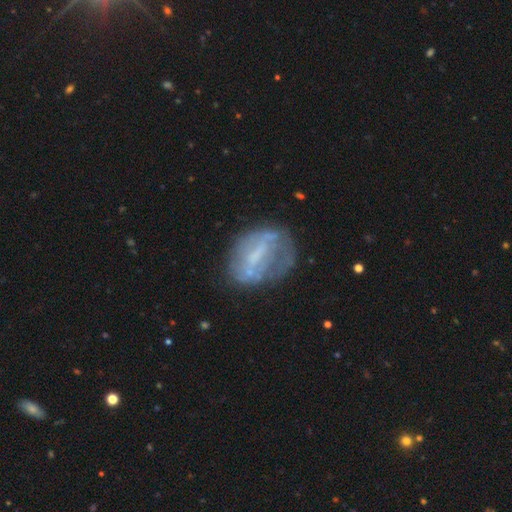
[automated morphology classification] A featured or disk galaxy (60%) with a weak bar (36%, tied with strong), no spiral arms (70%) and no central bulge (44%). Merging: none (54%).